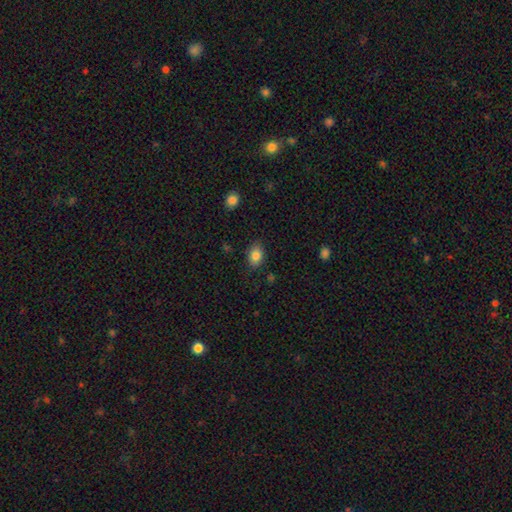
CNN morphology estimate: Smooth or featured? Predicted: smooth (p=0.85). How rounded? Predicted: in between (p=0.80). Merging? Predicted: none (p=0.83).